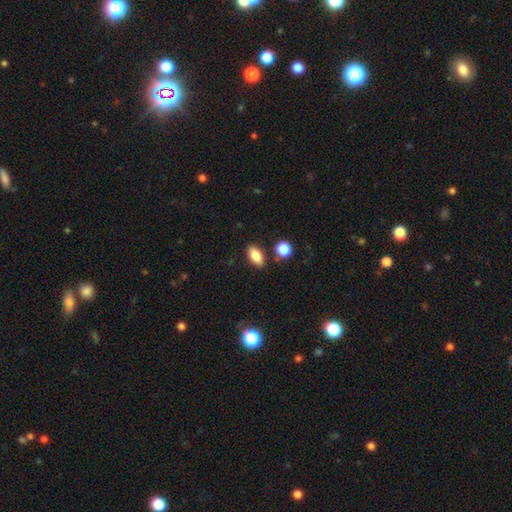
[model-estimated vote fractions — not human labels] Smooth or featured? Predicted: smooth (p=0.84). How rounded? Predicted: in between (p=0.86). Merging? Predicted: none (p=0.83).